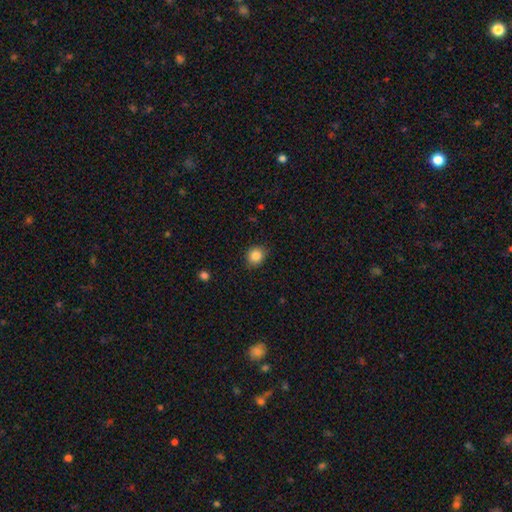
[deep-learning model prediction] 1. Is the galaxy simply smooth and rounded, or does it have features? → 86% smooth, 10% star or artifact, 5% featured or disk.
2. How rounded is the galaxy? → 75% round, 24% in between, 1% cigar-shaped.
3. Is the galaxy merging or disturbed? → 85% none, 11% minor disturbance, 2% major disturbance, 1% merger.